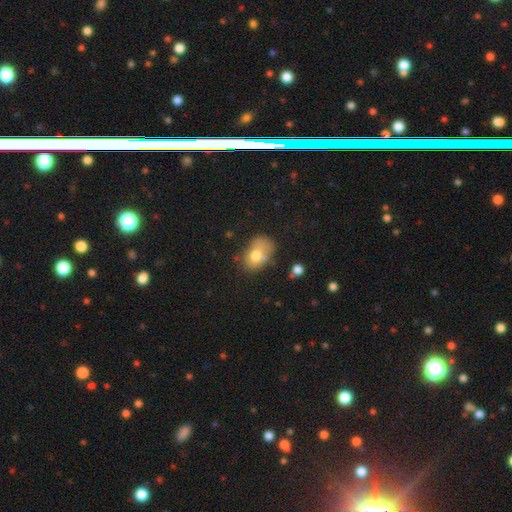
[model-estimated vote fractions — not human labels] This appears to be a smooth galaxy with no disk features (73%) that is in between round and cigar-shaped (77%). Merging: none (42%).